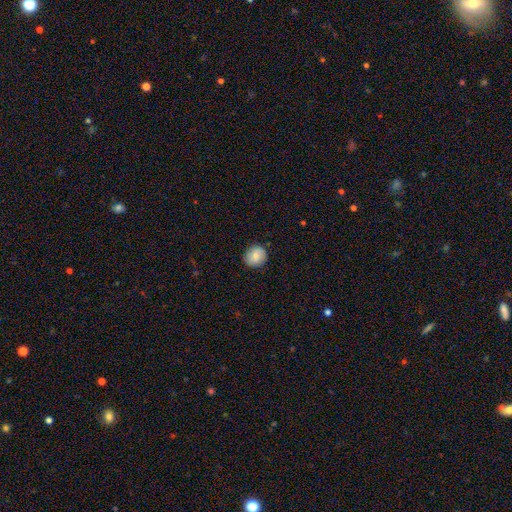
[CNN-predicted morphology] Q: Smooth or featured?
A: smooth (78%); runner-up: featured or disk (14%)
Q: How rounded?
A: round (79%); runner-up: in between (20%)
Q: Merging?
A: none (86%); runner-up: minor disturbance (11%)